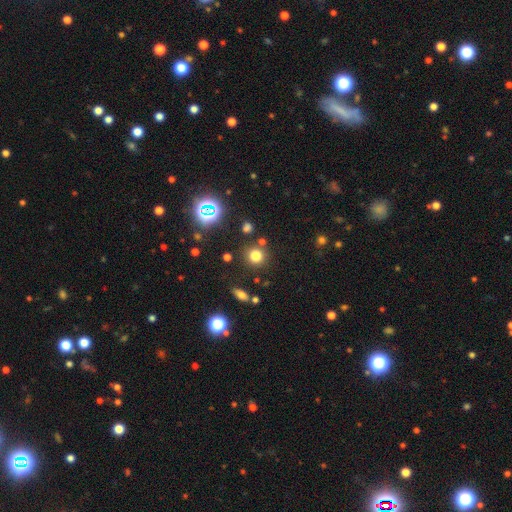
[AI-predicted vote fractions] A smooth galaxy with no disk features (73%) that is round (91%). Merging: none (82%).